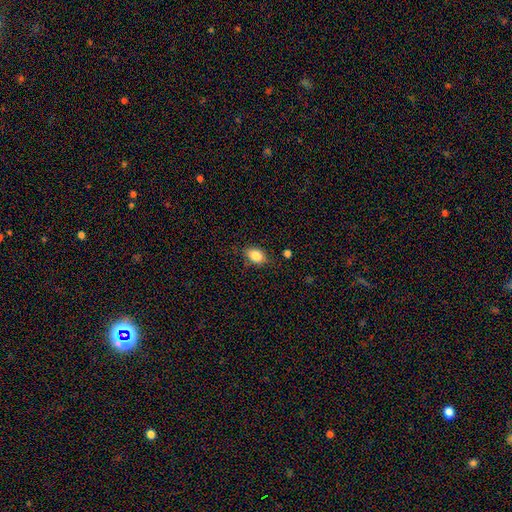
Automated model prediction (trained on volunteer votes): This appears to be a smooth galaxy with no disk features (85%) that is in between round and cigar-shaped (81%). Merging: none (78%).